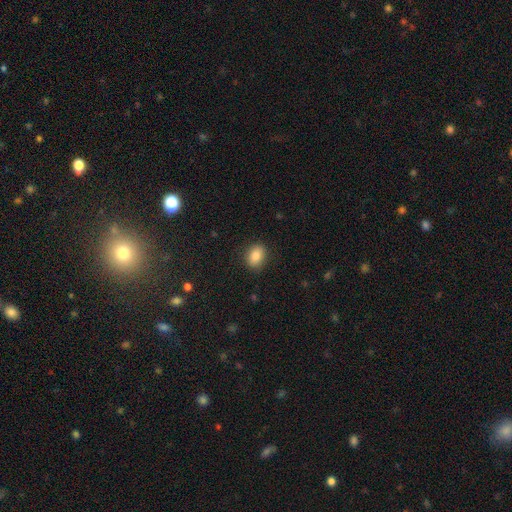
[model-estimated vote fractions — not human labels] smooth-or-featured: smooth: 85% | star or artifact: 9% | featured or disk: 6%
  how-rounded: in between: 65% | round: 34% | cigar-shaped: 1%
  merging: none: 87% | minor disturbance: 9% | major disturbance: 2% | merger: 1%